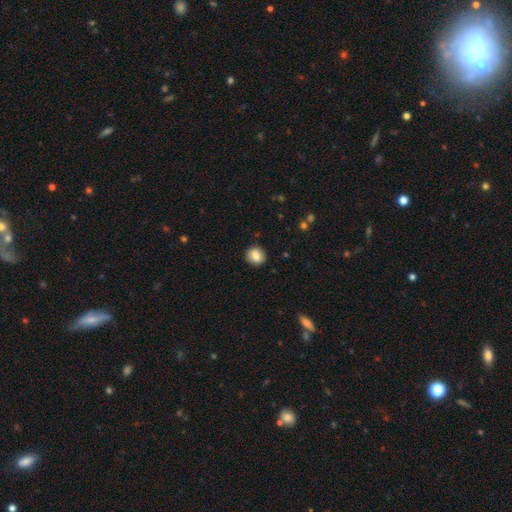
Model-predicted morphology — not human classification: smooth 83%, star or artifact 9%, featured or disk 8%. Down the decision tree: how rounded — round (81%); merging — none (89%).